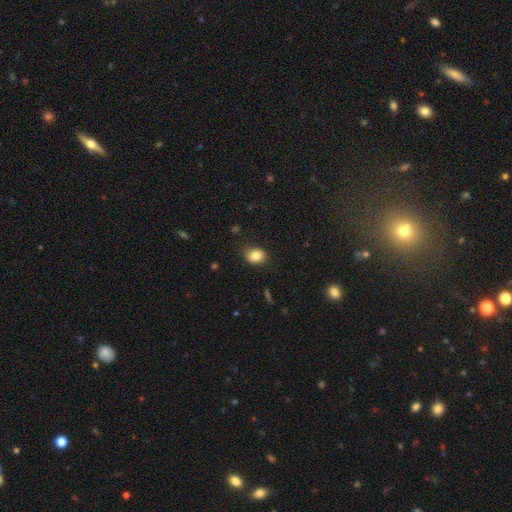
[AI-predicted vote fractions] Morphology: type=smooth (83%); roundness=in between (57%); merging=none (80%).